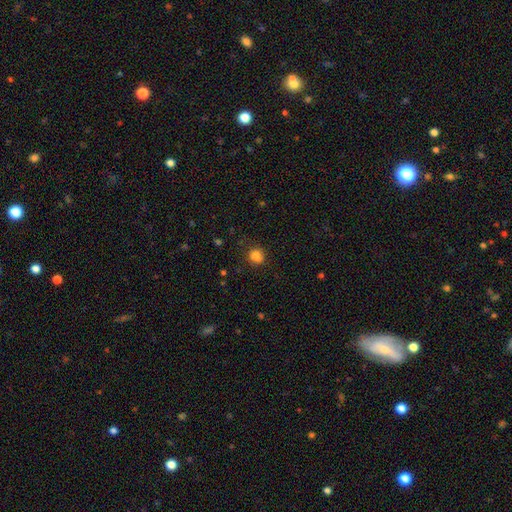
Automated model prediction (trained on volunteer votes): A smooth galaxy with no disk features (83%) that is round (82%). Merging: none (76%).